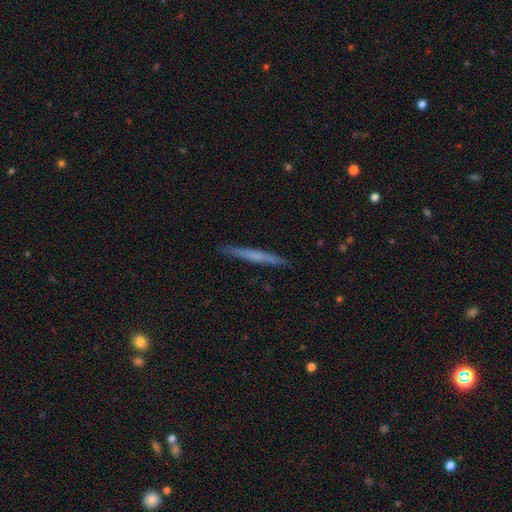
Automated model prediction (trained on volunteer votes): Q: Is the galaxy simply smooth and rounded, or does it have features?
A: smooth — 50%.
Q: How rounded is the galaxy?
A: cigar-shaped — 97%.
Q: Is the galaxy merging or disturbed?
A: none — 91%.